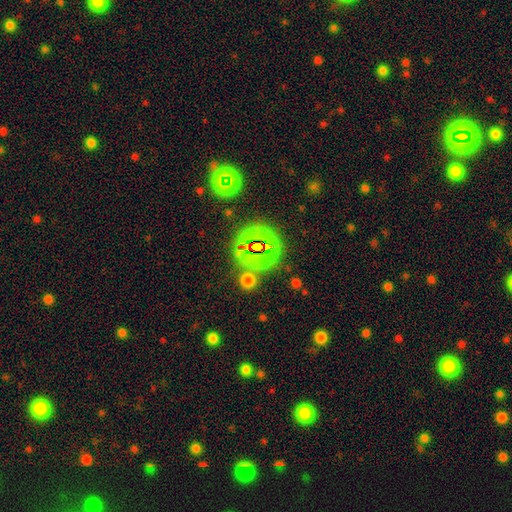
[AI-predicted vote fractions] Overall: star or artifact (74%).